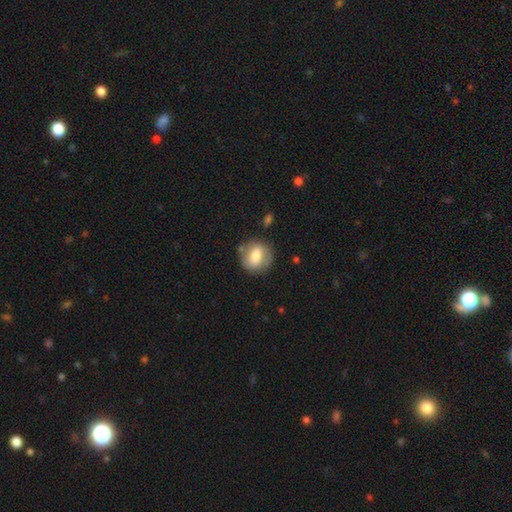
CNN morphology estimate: Smooth or featured? Predicted: smooth (p=0.59). How rounded? Predicted: round (p=0.76). Merging? Predicted: none (p=0.75).